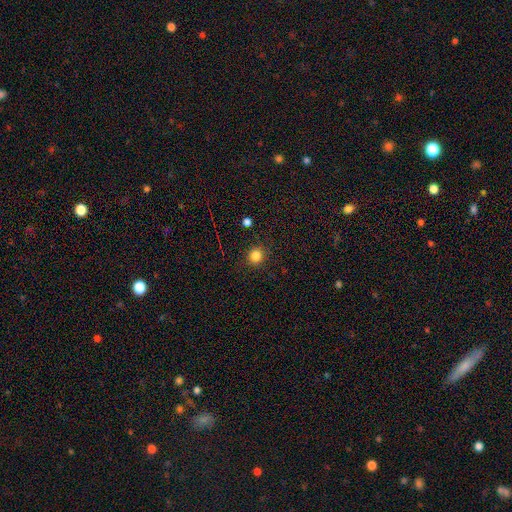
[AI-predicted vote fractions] A smooth galaxy with no disk features (83%) that is round (89%). Merging: none (89%).